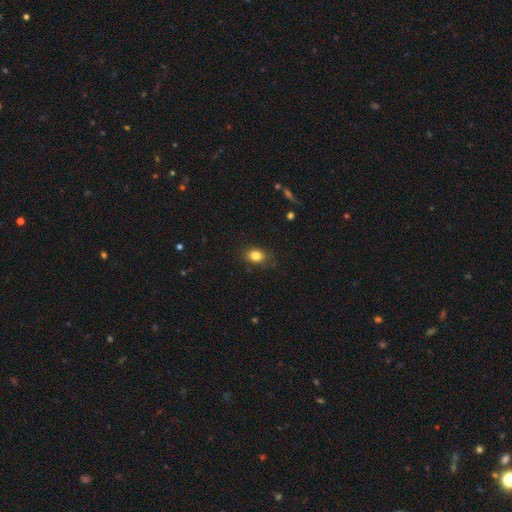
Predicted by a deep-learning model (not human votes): Overall: smooth (83%). How rounded: in between (62%; round 37%). Merging: none (79%).